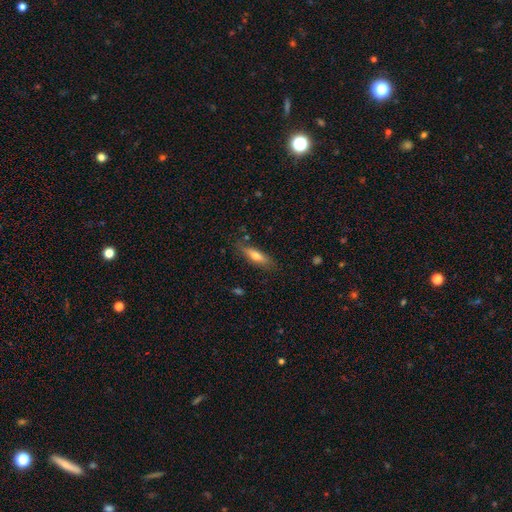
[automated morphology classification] Smooth or featured?
  - smooth: 64% *
  - featured or disk: 29%
  - star or artifact: 7%
How rounded?
  - cigar-shaped: 61% *
  - in between: 37%
  - round: 2%
Merging?
  - none: 79% *
  - minor disturbance: 15%
  - major disturbance: 3%
  - merger: 2%